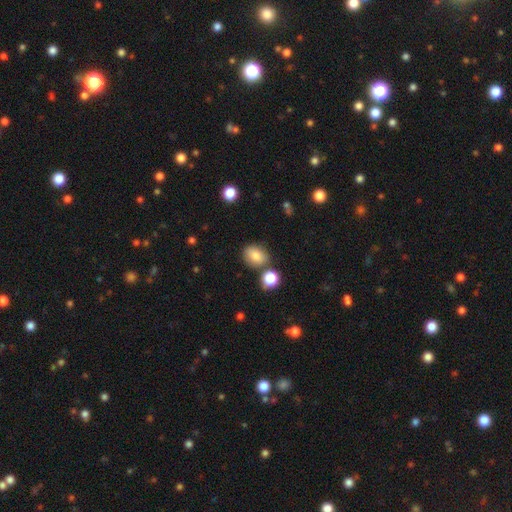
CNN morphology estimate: Smooth or featured?
  - smooth: 81% *
  - star or artifact: 10%
  - featured or disk: 8%
How rounded?
  - round: 50% *
  - in between: 49%
  - cigar-shaped: 1%
Merging?
  - none: 73% *
  - minor disturbance: 13%
  - merger: 11%
  - major disturbance: 4%